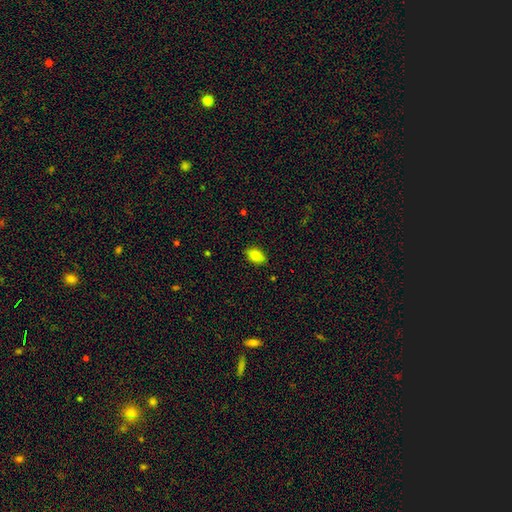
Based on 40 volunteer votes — smooth-or-featured: smooth: 90% | star or artifact: 10% | featured or disk: 0%
  how-rounded: in between: 92% | cigar-shaped: 6% | round: 3%
  merging: none: 94% | minor disturbance: 3% | major disturbance: 3% | merger: 0%